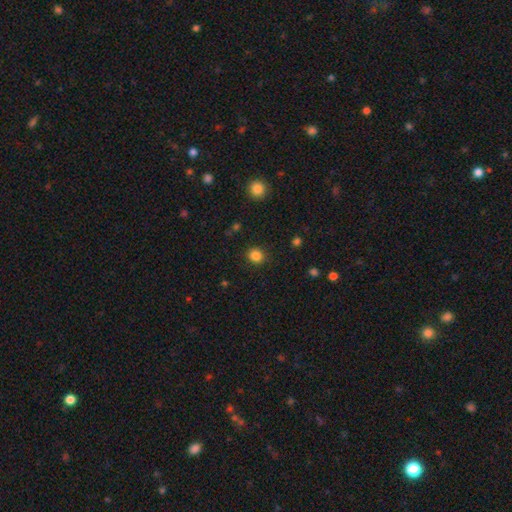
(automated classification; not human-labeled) This is clearly a smooth galaxy (84%). How rounded: clearly round (84%). Merging: clearly none (89%).